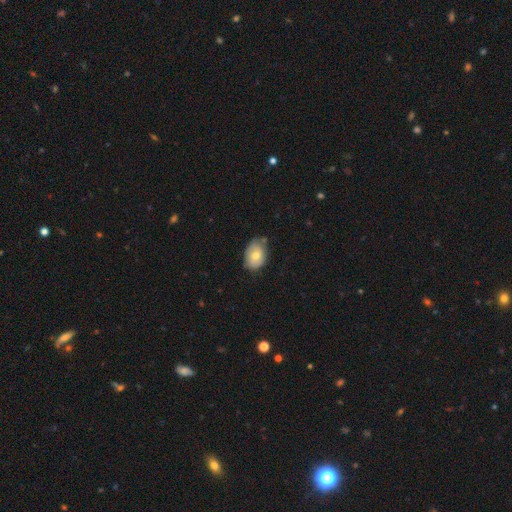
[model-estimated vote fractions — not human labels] The model was most divided on "merging": none: 62%, minor disturbance: 30%, major disturbance: 5%, merger: 3%. More confident: how rounded — in between (77%); smooth or featured — smooth (69%).